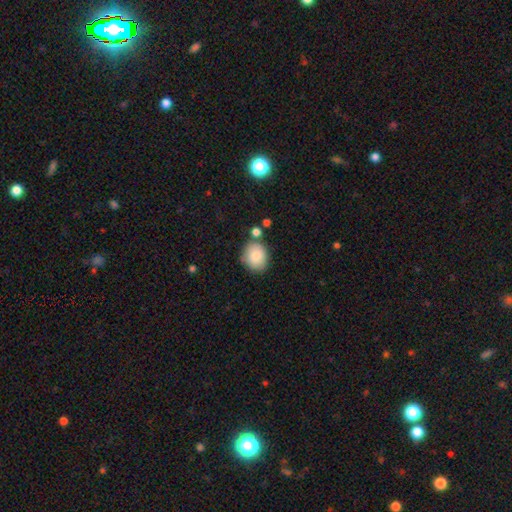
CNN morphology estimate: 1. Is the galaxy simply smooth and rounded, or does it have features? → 85% smooth, 8% star or artifact, 7% featured or disk.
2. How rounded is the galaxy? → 63% round, 36% in between, 1% cigar-shaped.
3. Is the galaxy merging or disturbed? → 73% none, 14% minor disturbance, 9% merger, 4% major disturbance.